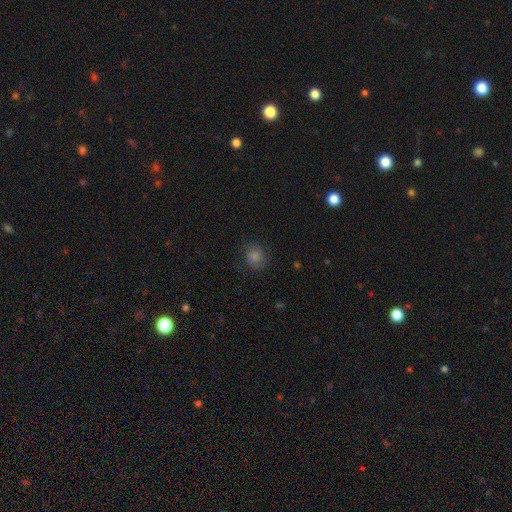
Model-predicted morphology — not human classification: The model was most divided on "smooth or featured": smooth: 51%, star or artifact: 26%, featured or disk: 22%. More confident: merging — none (78%); how rounded — round (77%).